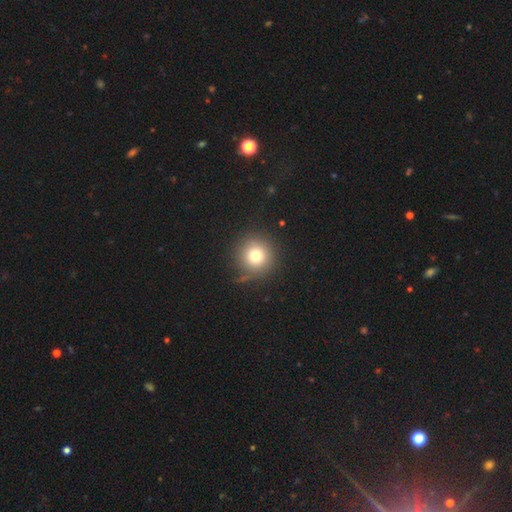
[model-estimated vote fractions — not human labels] This is likely a smooth galaxy (76%). How rounded: clearly round (95%). Merging: clearly none (81%).